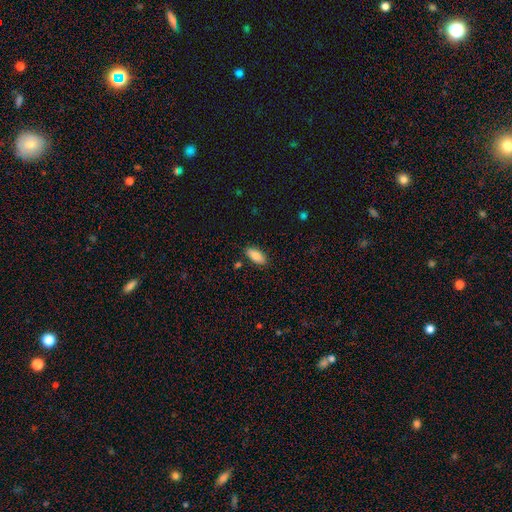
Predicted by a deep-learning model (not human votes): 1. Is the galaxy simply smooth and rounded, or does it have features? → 84% smooth, 9% featured or disk, 7% star or artifact.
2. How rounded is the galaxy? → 87% in between, 11% cigar-shaped, 2% round.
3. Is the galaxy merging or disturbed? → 85% none, 10% minor disturbance, 2% merger, 2% major disturbance.